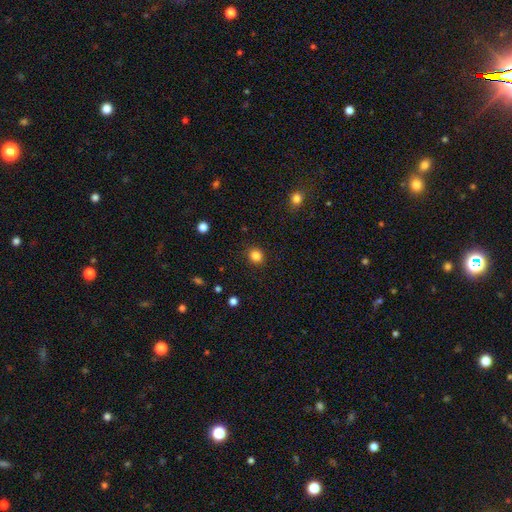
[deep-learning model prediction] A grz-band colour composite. It shows a smooth galaxy with no disk features (84%) that is round (84%). Merging: none (90%).